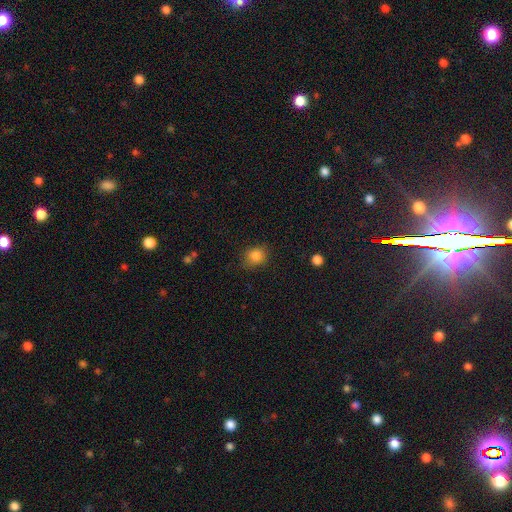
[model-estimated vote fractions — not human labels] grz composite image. It shows a smooth galaxy with no disk features (84%) that is round (67%). Merging: none (79%).